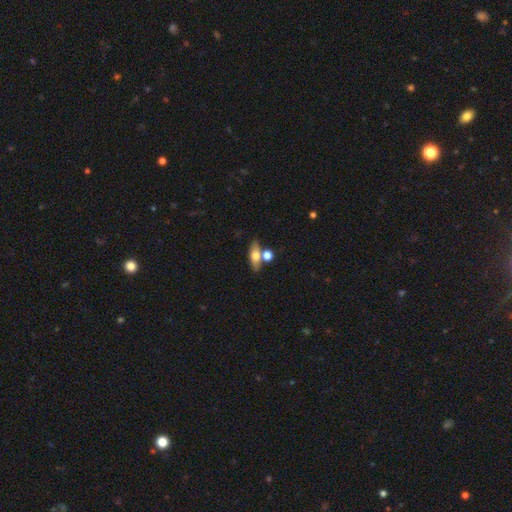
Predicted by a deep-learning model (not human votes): smooth 64%, featured or disk 27%, star or artifact 8%. Down the decision tree: how rounded — in between (65%); merging — none (62%).